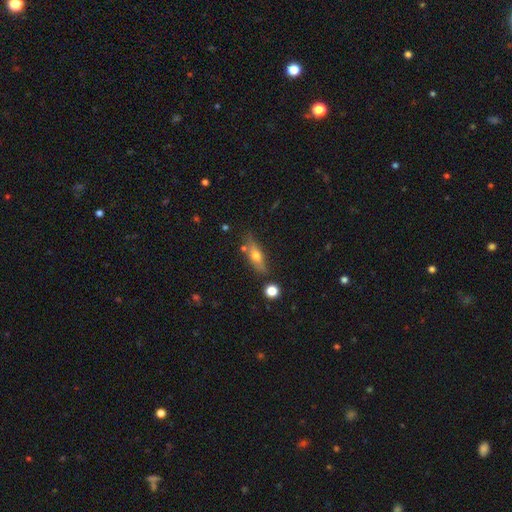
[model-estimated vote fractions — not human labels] Smooth or featured? smooth (50%)
How rounded? in between (49%)
Merging? none (72%)